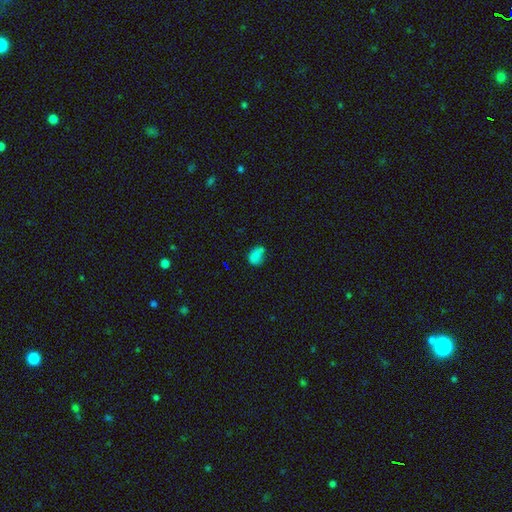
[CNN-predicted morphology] smooth-or-featured: smooth: 76% | star or artifact: 16% | featured or disk: 7%
  how-rounded: in between: 80% | round: 18% | cigar-shaped: 2%
  merging: none: 49% | minor disturbance: 31% | major disturbance: 12% | merger: 8%